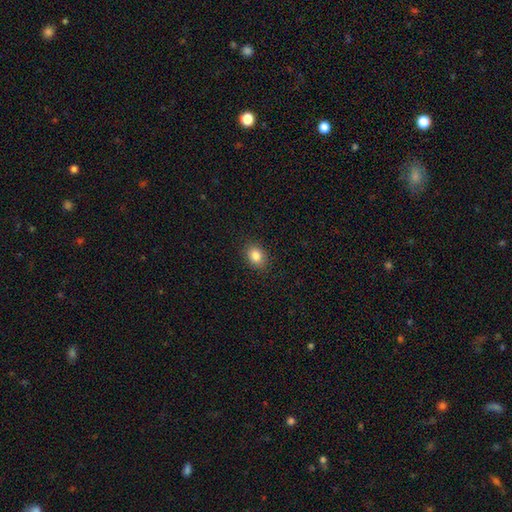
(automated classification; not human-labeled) A smooth galaxy with no disk features (84%) that is in between round and cigar-shaped (61%).

Vote fractions:
- Smooth or featured? smooth: 84% / star or artifact: 10% / featured or disk: 6%
- How rounded? in between: 61% / round: 38% / cigar-shaped: 1%
- Merging? none: 89% / minor disturbance: 8% / major disturbance: 2% / merger: 1%